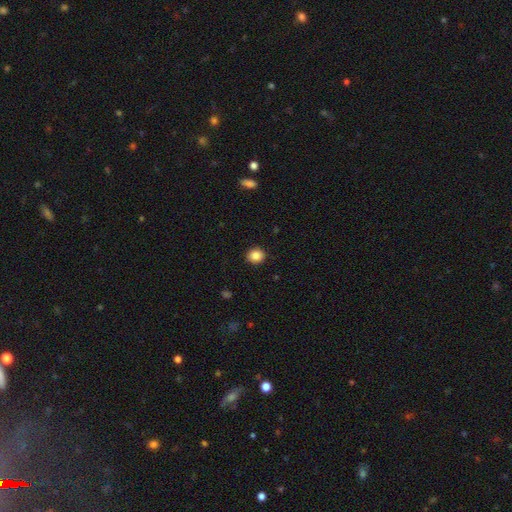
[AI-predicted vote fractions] Smooth or featured? Predicted: smooth (p=0.86). How rounded? Predicted: round (p=0.78). Merging? Predicted: none (p=0.91).